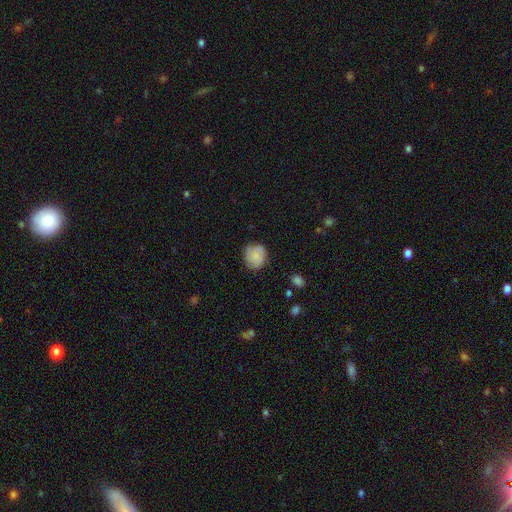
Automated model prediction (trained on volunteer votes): A smooth galaxy with no disk features (78%) that is round (81%).

Vote fractions:
- Smooth or featured? smooth: 78% / featured or disk: 14% / star or artifact: 7%
- How rounded? round: 81% / in between: 18% / cigar-shaped: 1%
- Merging? none: 77% / minor disturbance: 18% / major disturbance: 4% / merger: 1%